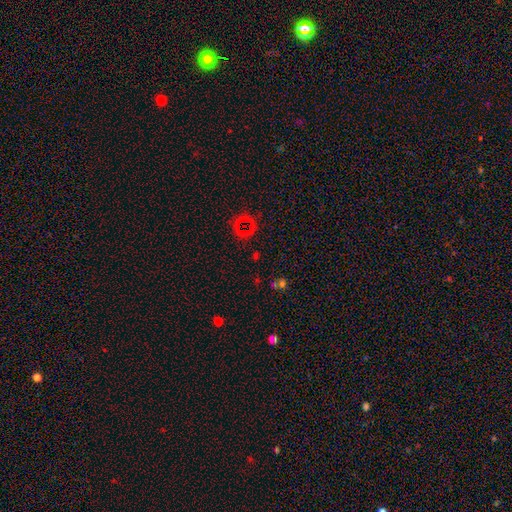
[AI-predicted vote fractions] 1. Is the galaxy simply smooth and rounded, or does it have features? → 56% star or artifact, 34% smooth, 10% featured or disk.